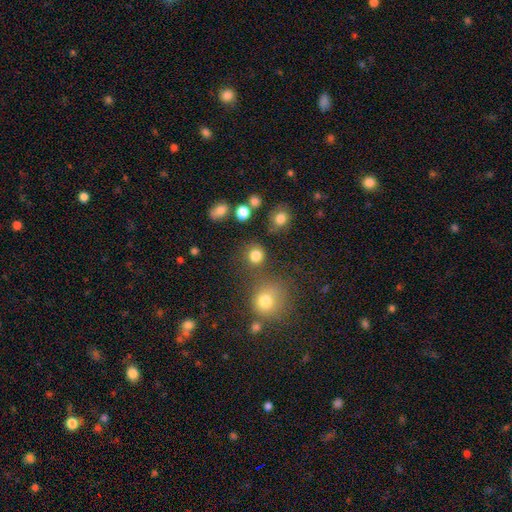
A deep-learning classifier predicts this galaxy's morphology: type=smooth (80%); roundness=round (88%); merging=none (73%).